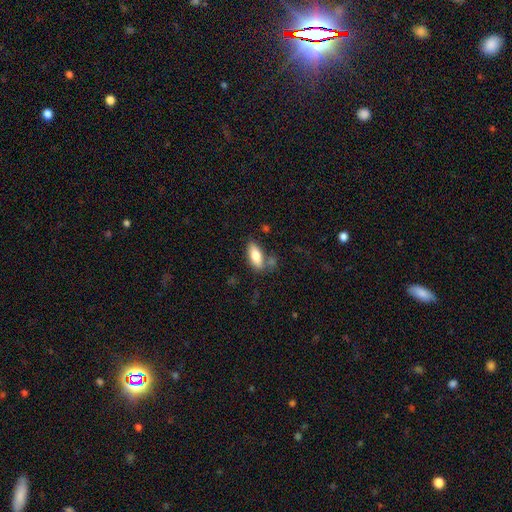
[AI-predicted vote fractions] The model was most divided on "merging": none: 68%, minor disturbance: 17%, merger: 10%, major disturbance: 5%. More confident: how rounded — in between (82%); smooth or featured — smooth (78%).